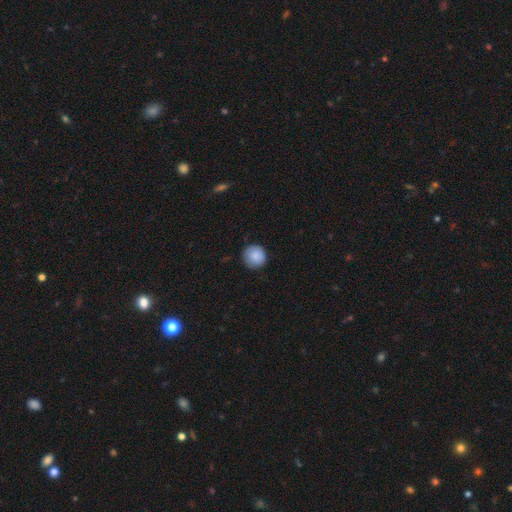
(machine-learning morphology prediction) smooth 87%, star or artifact 7%, featured or disk 5%. Down the decision tree: how rounded — round (93%); merging — none (83%).